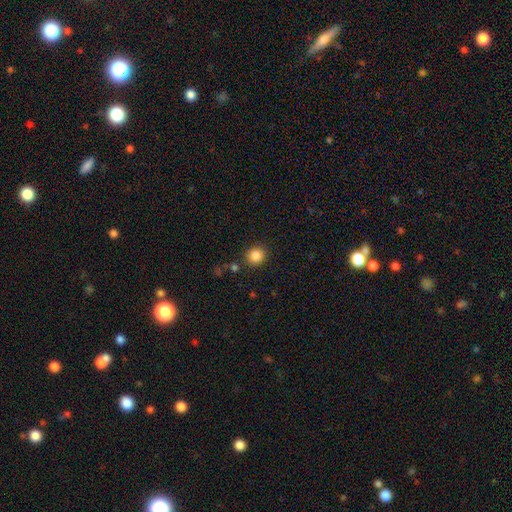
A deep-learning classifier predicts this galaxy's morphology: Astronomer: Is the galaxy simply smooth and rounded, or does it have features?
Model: smooth — 85%.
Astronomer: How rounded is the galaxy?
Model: round — 86%.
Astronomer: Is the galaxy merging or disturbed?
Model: none — 85%.